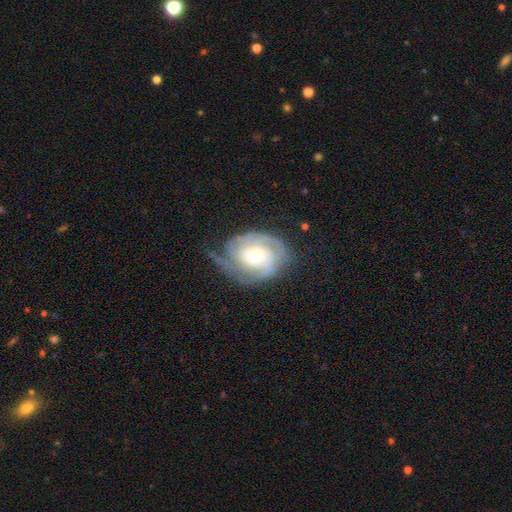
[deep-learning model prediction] This is clearly a featured or disk galaxy (84%). It is clearly not viewed edge-on (97%). Bar: likely no (68%). Spiral arm pattern: clearly yes (96%). Spiral arm count: marginally 2 (40%). Spiral winding: possibly tight (56%). Central bulge: possibly moderate (50%). Merging: possibly none (57%).